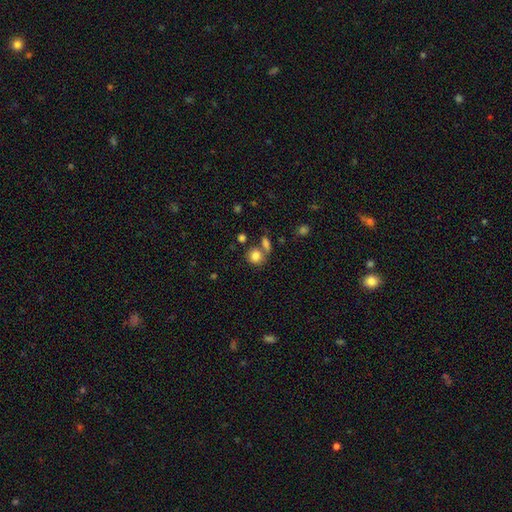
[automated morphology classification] This is clearly a smooth galaxy (82%). How rounded: likely round (76%). Merging: possibly none (57%).